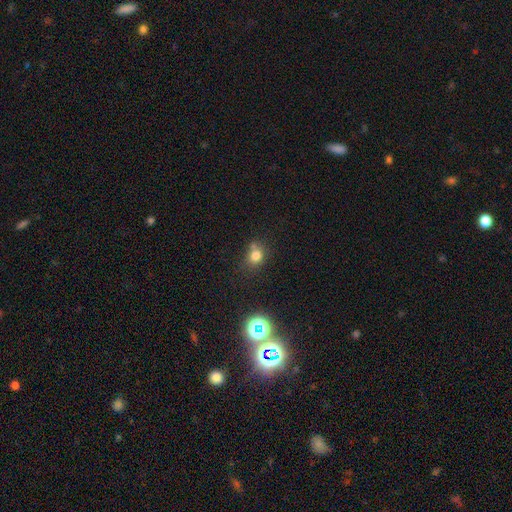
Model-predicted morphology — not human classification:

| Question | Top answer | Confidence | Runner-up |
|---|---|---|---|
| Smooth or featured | smooth | 75% | star or artifact (17%) |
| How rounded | round | 69% | in between (30%) |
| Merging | none | 59% | merger (20%) |